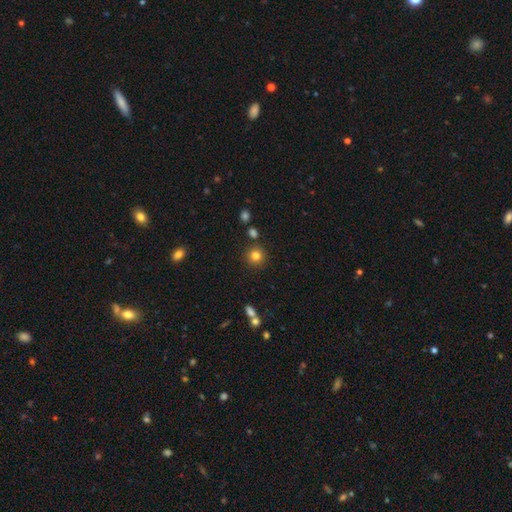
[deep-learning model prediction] Overall: smooth (81%). How rounded: round (93%). Merging: none (85%).